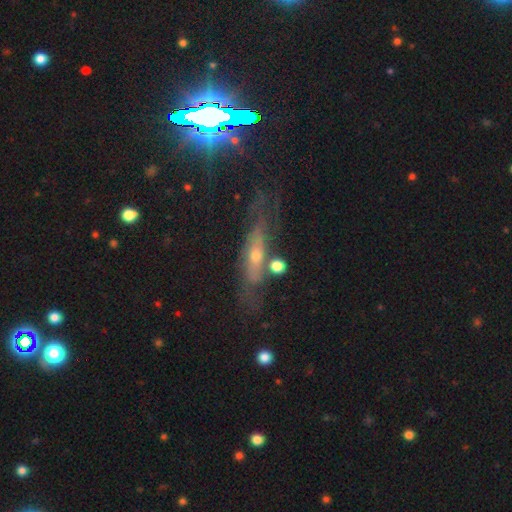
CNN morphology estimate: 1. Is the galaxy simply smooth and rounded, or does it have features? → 59% featured or disk, 24% smooth, 17% star or artifact.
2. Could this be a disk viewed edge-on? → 59% yes, 41% no.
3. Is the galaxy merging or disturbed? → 64% none, 21% minor disturbance, 10% major disturbance, 6% merger.